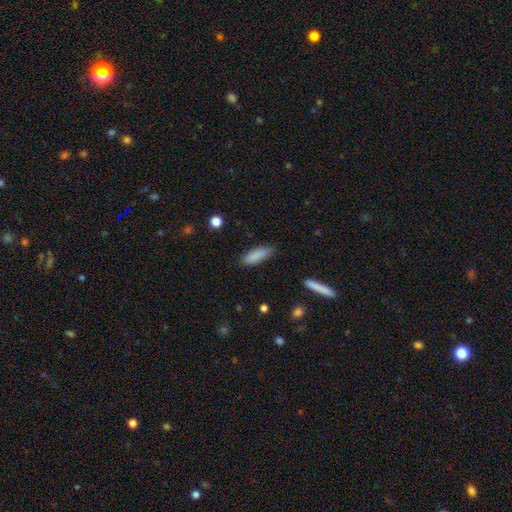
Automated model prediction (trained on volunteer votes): smooth_or_featured: smooth (p=0.87) [alt: star or artifact p=0.07]
how_rounded: in between (p=0.52) [alt: cigar-shaped p=0.47]
merging: none (p=0.82) [alt: minor disturbance p=0.14]